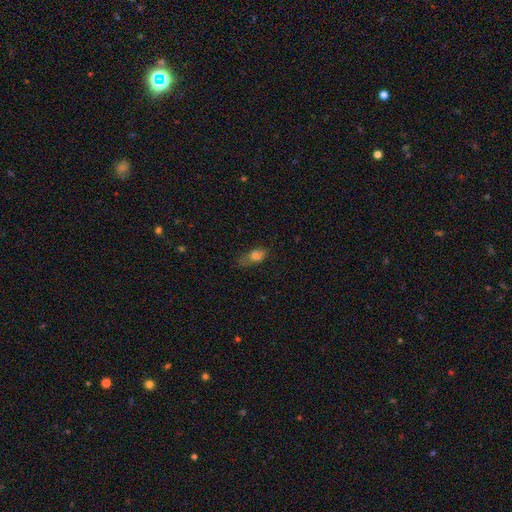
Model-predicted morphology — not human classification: type=smooth (73%); roundness=in between (77%); merging=none (46%).